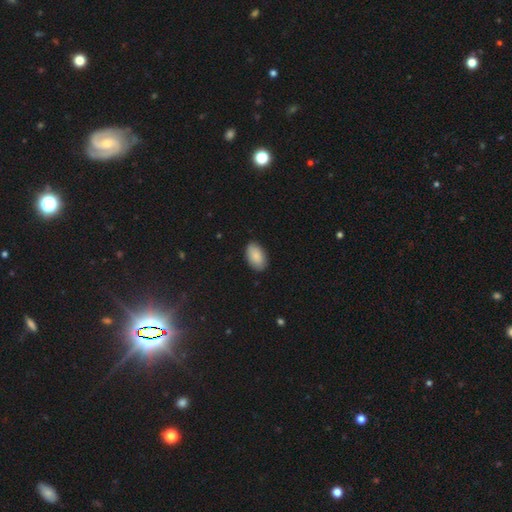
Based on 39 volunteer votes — smooth 97%, featured or disk 3%, star or artifact 0%. Down the decision tree: how rounded — in between (87%); merging — none (87%).